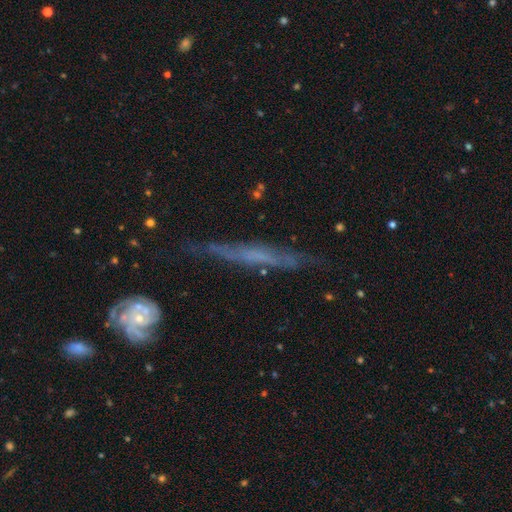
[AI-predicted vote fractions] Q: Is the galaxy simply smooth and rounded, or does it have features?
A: featured or disk — 67%.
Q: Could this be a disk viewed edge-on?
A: yes — 81%.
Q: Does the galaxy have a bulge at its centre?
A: none — 74%.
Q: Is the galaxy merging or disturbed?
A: none — 65%.